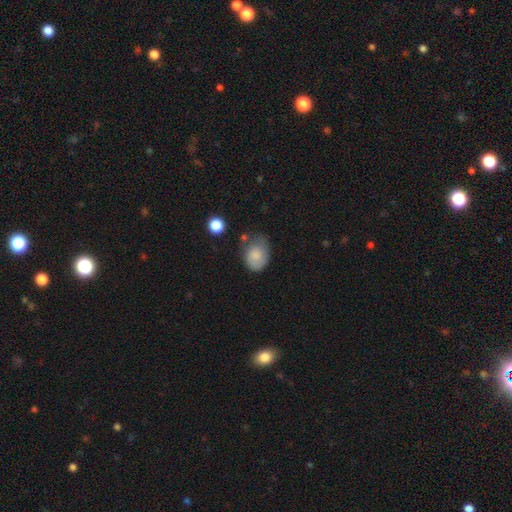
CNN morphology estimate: A smooth galaxy with no disk features (77%) that is in between round and cigar-shaped (65%).

Vote fractions:
- Smooth or featured? smooth: 77% / featured or disk: 15% / star or artifact: 8%
- How rounded? in between: 65% / round: 34% / cigar-shaped: 1%
- Merging? none: 44% / minor disturbance: 37% / major disturbance: 14% / merger: 5%